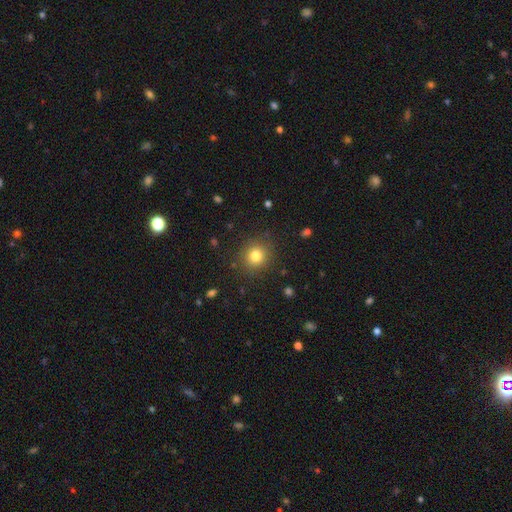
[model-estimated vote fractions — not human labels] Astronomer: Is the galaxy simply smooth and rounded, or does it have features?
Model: smooth — 80%.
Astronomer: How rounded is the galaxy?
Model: round — 88%.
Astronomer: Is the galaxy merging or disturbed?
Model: none — 87%.